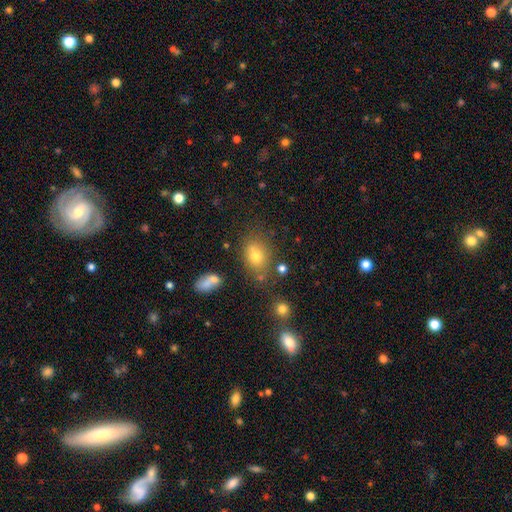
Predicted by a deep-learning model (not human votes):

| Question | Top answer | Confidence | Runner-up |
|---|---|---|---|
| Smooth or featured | smooth | 73% | star or artifact (15%) |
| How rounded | in between | 66% | round (33%) |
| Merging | none | 70% | minor disturbance (16%) |